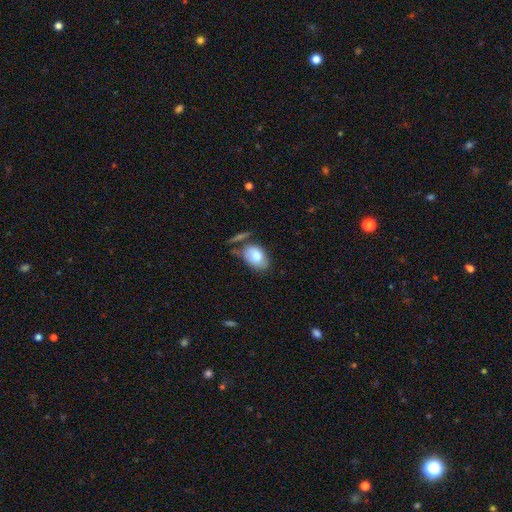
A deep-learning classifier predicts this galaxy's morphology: Smooth or featured? Predicted: smooth (p=0.78). How rounded? Predicted: in between (p=0.86). Merging? Predicted: none (p=0.54).